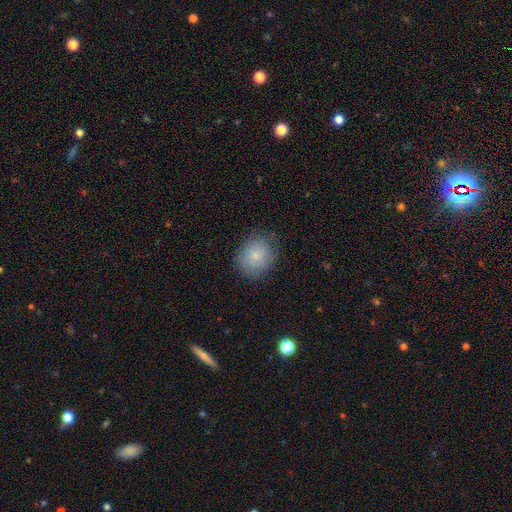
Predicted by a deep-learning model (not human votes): Smooth or featured? smooth (82%)
How rounded? round (72%)
Merging? none (77%)